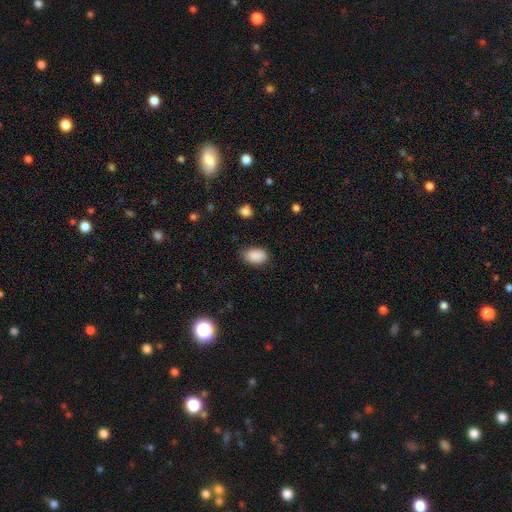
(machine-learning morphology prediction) smooth_or_featured: smooth (p=0.88) [alt: star or artifact p=0.08]
how_rounded: in between (p=0.88) [alt: round p=0.11]
merging: none (p=0.75) [alt: minor disturbance p=0.20]